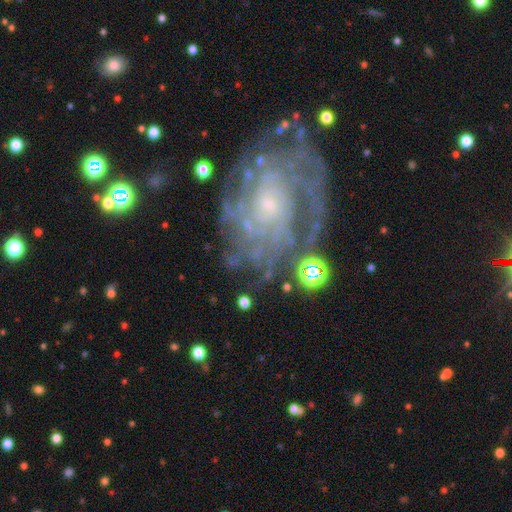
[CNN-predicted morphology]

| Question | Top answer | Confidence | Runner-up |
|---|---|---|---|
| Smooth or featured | featured or disk | 82% | star or artifact (10%) |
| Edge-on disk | no | 96% | yes (4%) |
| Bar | no | 72% | weak (23%) |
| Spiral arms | yes | 92% | no (8%) |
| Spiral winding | tight | 66% | medium (26%) |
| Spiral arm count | can't tell | 46% | 2 (13%) |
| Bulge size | small | 74% | moderate (18%) |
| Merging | none | 71% | minor disturbance (17%) |